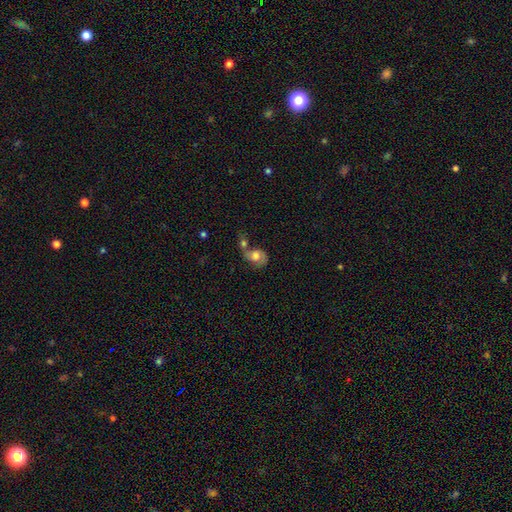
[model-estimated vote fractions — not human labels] smooth-or-featured: smooth: 53% | featured or disk: 39% | star or artifact: 9%
  how-rounded: in between: 57% | round: 41% | cigar-shaped: 2%
  merging: merger: 52% | none: 23% | minor disturbance: 13% | major disturbance: 12%